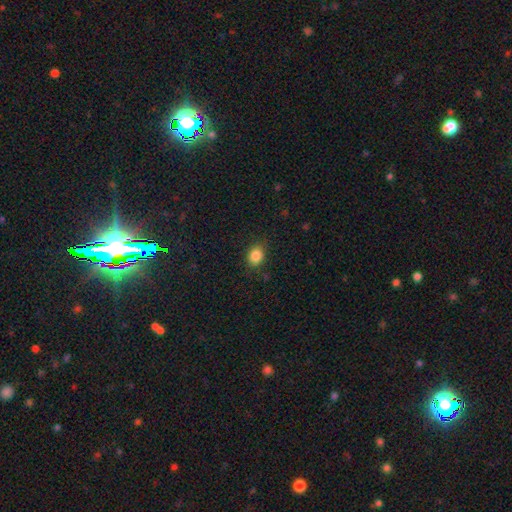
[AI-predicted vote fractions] smooth_or_featured: smooth (p=0.85) [alt: star or artifact p=0.10]
how_rounded: in between (p=0.54) [alt: round p=0.45]
merging: none (p=0.83) [alt: minor disturbance p=0.13]